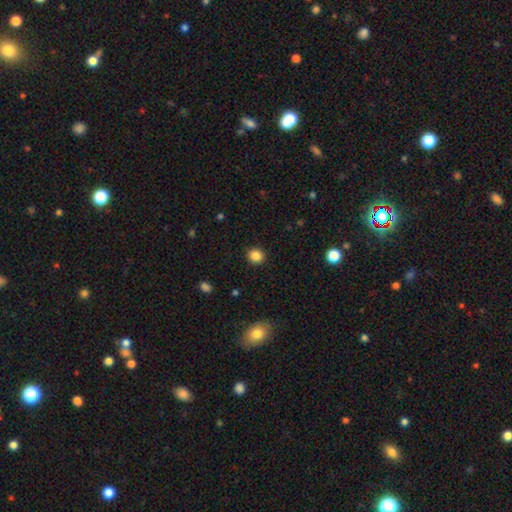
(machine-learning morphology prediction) Smooth or featured?
  - smooth: 86% *
  - star or artifact: 11%
  - featured or disk: 3%
How rounded?
  - round: 82% *
  - in between: 17%
  - cigar-shaped: 1%
Merging?
  - none: 91% *
  - minor disturbance: 6%
  - major disturbance: 2%
  - merger: 1%